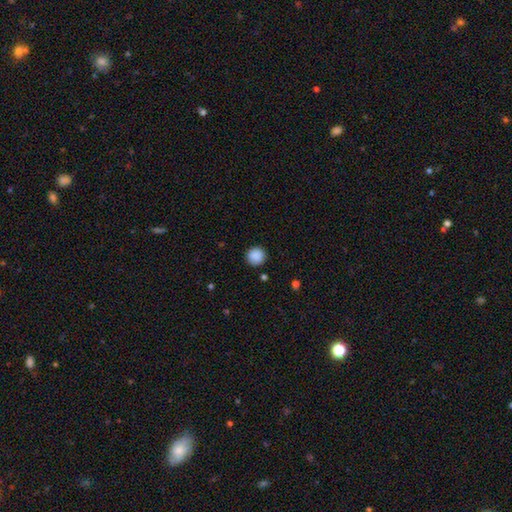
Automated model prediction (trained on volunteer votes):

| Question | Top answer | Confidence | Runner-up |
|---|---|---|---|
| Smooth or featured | smooth | 89% | star or artifact (9%) |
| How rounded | round | 94% | in between (5%) |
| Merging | none | 90% | minor disturbance (7%) |